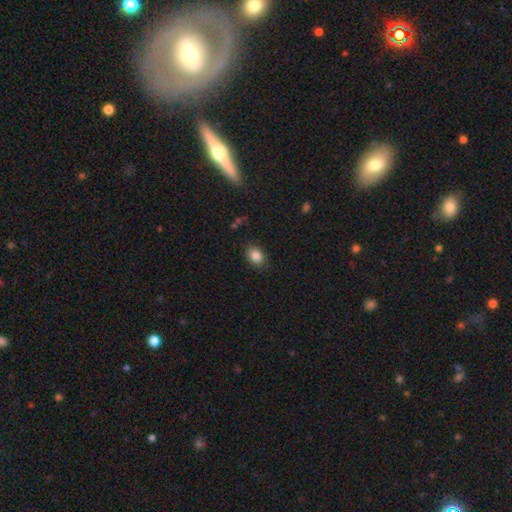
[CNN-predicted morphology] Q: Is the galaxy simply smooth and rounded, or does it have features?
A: smooth — 87%.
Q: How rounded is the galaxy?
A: in between — 76%.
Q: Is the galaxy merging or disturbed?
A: none — 85%.